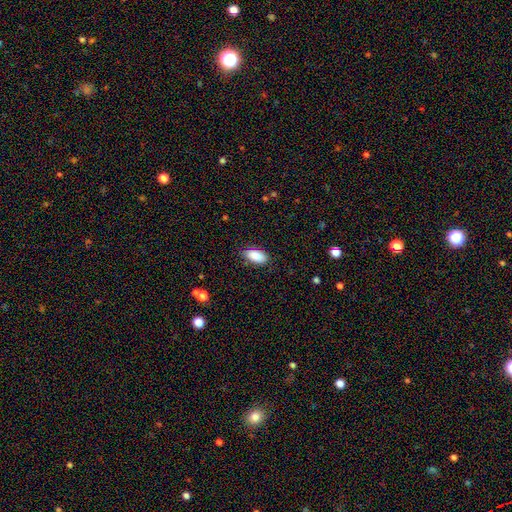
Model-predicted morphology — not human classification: This appears to be a smooth galaxy with no disk features (88%) that is in between round and cigar-shaped (92%). Merging: none (79%).